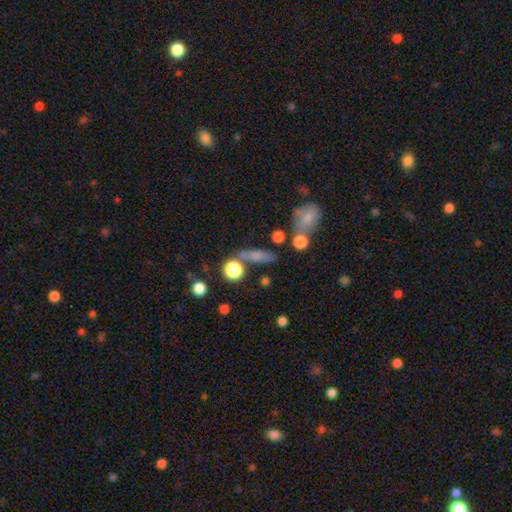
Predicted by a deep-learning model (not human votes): smooth-or-featured: smooth: 67% | featured or disk: 19% | star or artifact: 14%
  how-rounded: cigar-shaped: 53% | in between: 33% | round: 15%
  merging: none: 64% | merger: 15% | minor disturbance: 15% | major disturbance: 7%